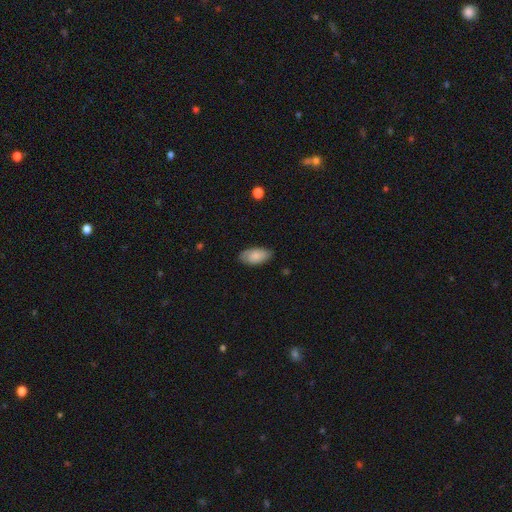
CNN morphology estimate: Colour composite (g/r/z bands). It shows a smooth galaxy with no disk features (74%) that is in between round and cigar-shaped (94%). Merging: none (81%).